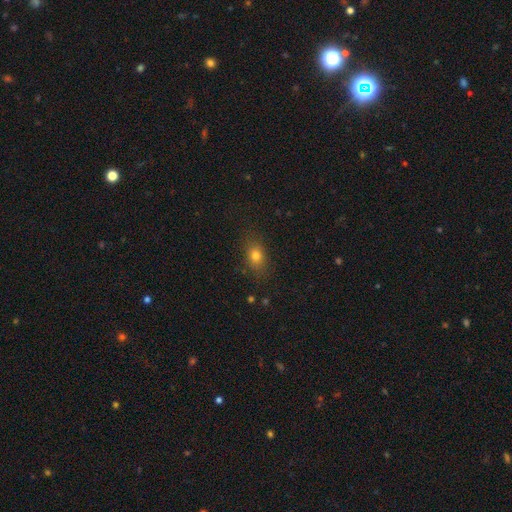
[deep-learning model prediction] Smooth or featured? smooth (78%)
How rounded? in between (67%)
Merging? none (82%)